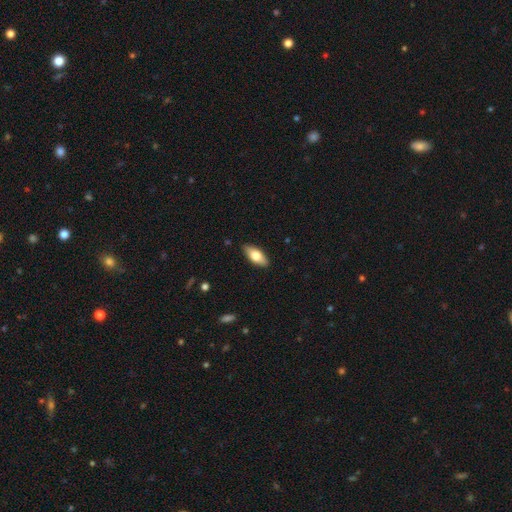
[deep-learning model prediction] Smooth or featured? smooth (69%)
How rounded? in between (82%)
Merging? none (88%)